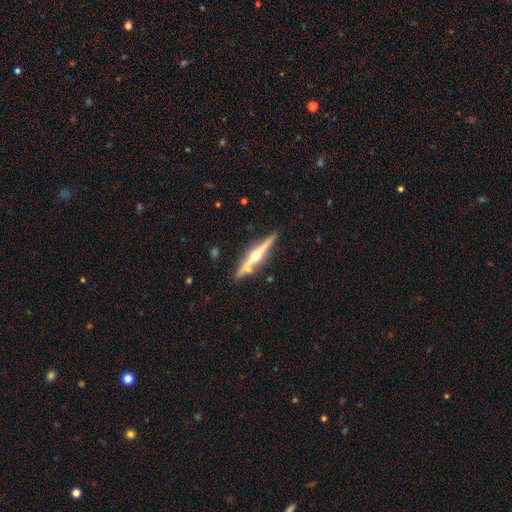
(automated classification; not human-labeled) Overall: featured or disk (81%). Edge-on disk: yes (98%). Edge-on bulge: rounded (95%). Merging: none (86%).